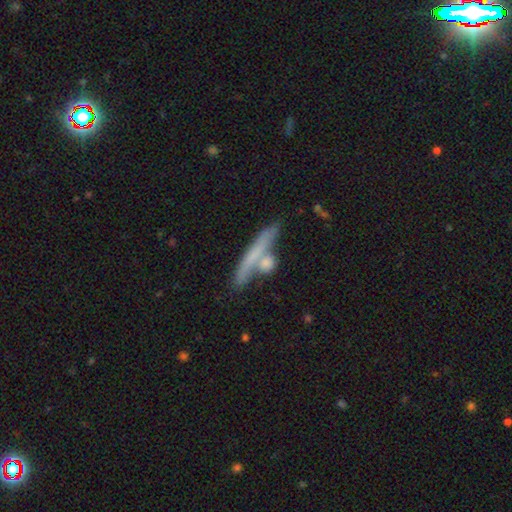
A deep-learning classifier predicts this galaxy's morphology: A smooth galaxy with no disk features (55%) that is cigar-shaped (86%).

Vote fractions:
- Smooth or featured? smooth: 55% / featured or disk: 38% / star or artifact: 7%
- How rounded? cigar-shaped: 86% / in between: 9% / round: 5%
- Merging? none: 59% / merger: 22% / minor disturbance: 13% / major disturbance: 6%